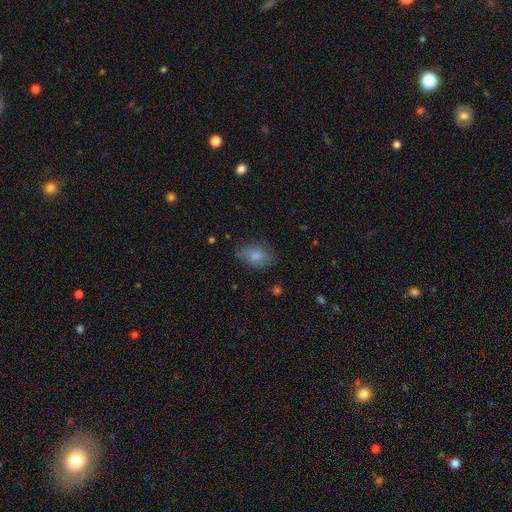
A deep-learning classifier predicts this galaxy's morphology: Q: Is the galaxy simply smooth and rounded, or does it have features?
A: smooth — 81%.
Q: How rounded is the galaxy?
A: in between — 81%.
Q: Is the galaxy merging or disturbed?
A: none — 70%.